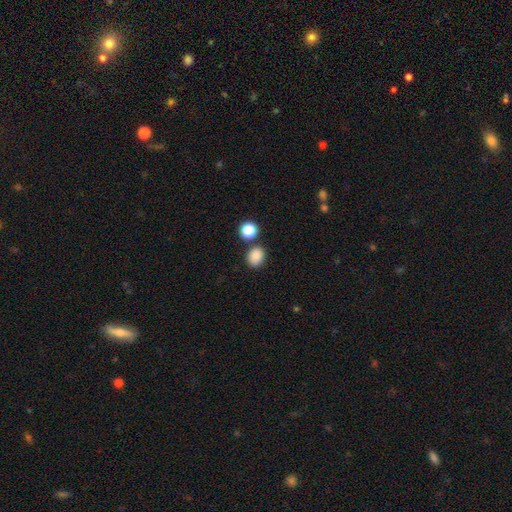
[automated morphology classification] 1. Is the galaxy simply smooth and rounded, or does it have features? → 86% smooth, 10% star or artifact, 4% featured or disk.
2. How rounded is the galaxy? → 53% round, 46% in between, 1% cigar-shaped.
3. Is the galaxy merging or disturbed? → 76% none, 11% merger, 10% minor disturbance, 3% major disturbance.